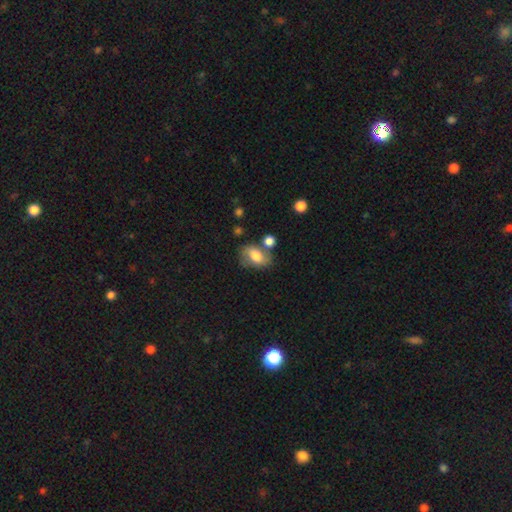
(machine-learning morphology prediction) Q: Smooth or featured?
A: smooth (60%); runner-up: featured or disk (31%)
Q: How rounded?
A: in between (78%); runner-up: round (20%)
Q: Merging?
A: none (56%); runner-up: minor disturbance (21%)